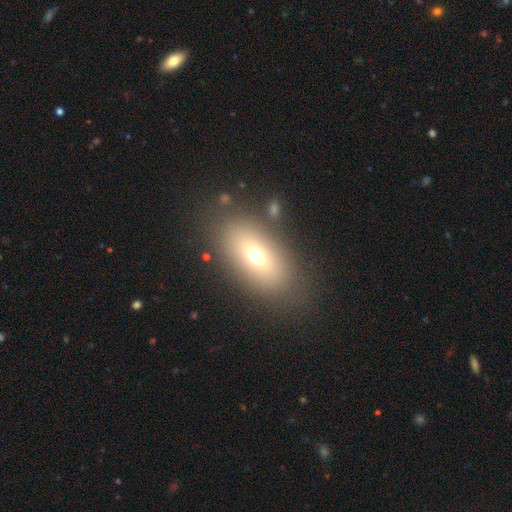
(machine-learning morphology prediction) This appears to be a smooth galaxy with no disk features (67%) that is in between round and cigar-shaped (85%). Merging: none (80%).